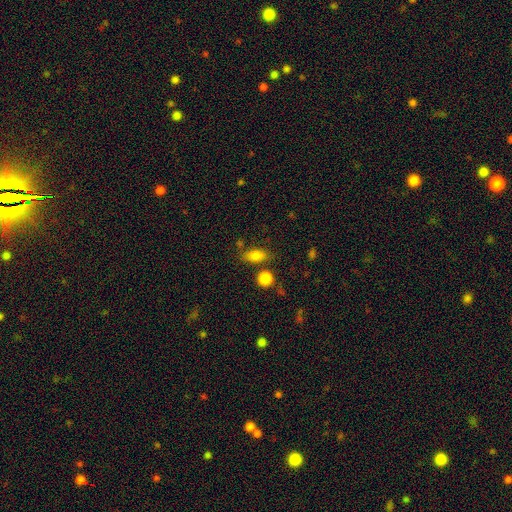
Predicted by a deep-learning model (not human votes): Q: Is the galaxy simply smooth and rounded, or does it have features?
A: smooth — 81%.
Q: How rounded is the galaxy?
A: in between — 77%.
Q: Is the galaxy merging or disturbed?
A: none — 70%.